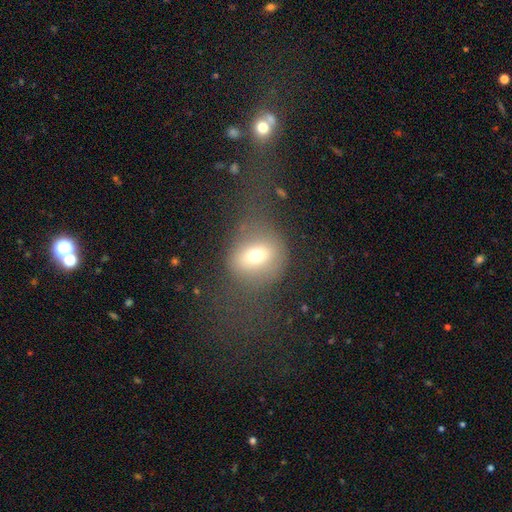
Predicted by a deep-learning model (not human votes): smooth 67%, featured or disk 19%, star or artifact 14%. Down the decision tree: how rounded — round (65%); merging — none (49%).